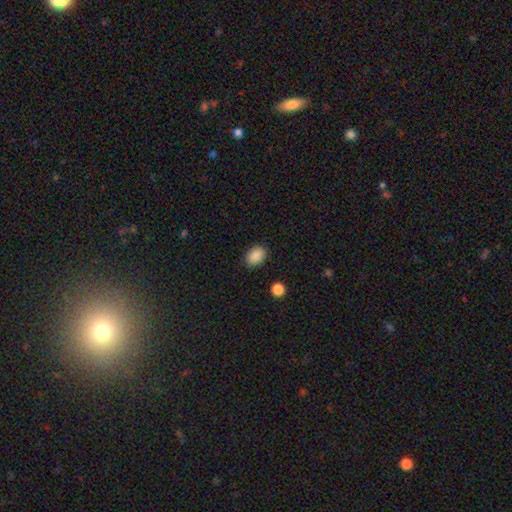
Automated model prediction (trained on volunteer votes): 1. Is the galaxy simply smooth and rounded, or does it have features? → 89% smooth, 8% star or artifact, 3% featured or disk.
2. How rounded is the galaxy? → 80% in between, 19% round, 1% cigar-shaped.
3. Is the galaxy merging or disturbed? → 87% none, 10% minor disturbance, 3% major disturbance, 1% merger.